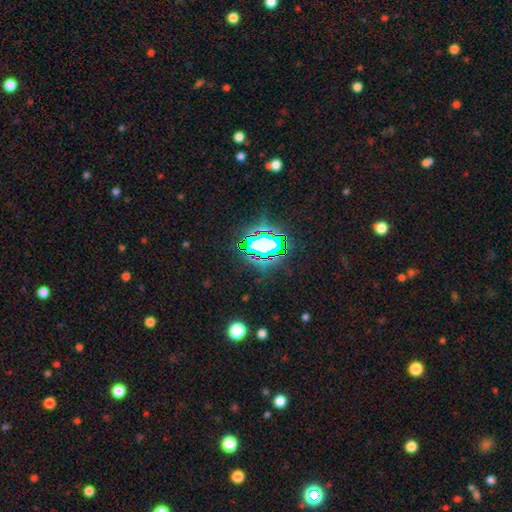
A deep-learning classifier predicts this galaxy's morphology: Q: Smooth or featured?
A: star or artifact (82%); runner-up: smooth (11%)